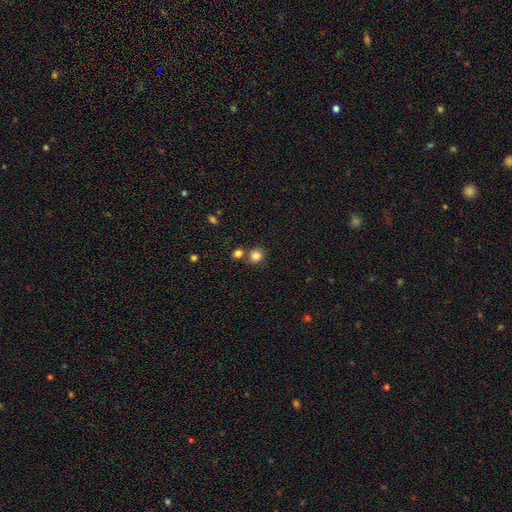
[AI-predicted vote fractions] smooth-or-featured: smooth: 84% | star or artifact: 11% | featured or disk: 6%
  how-rounded: round: 81% | in between: 18% | cigar-shaped: 1%
  merging: none: 62% | merger: 24% | minor disturbance: 10% | major disturbance: 4%